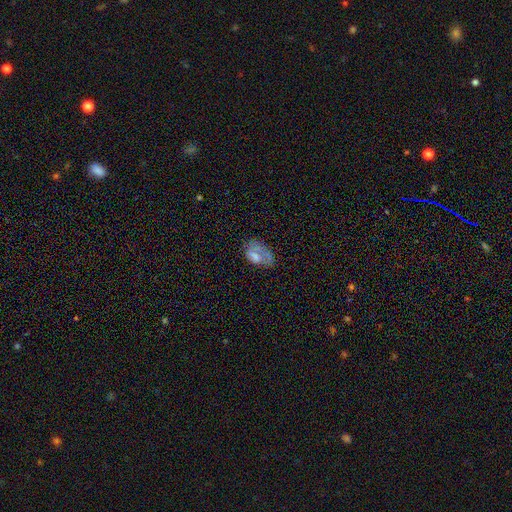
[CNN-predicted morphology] Smooth or featured: smooth — 56% (featured or disk — 31%)
How rounded: in between — 88% (round — 10%)
Merging: none — 41% (minor disturbance — 28%)